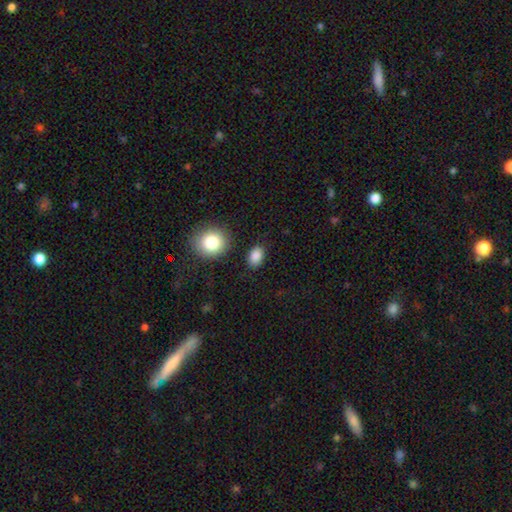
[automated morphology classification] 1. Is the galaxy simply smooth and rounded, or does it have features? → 86% smooth, 9% star or artifact, 5% featured or disk.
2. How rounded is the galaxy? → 78% in between, 21% round, 1% cigar-shaped.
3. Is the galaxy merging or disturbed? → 84% none, 9% minor disturbance, 3% merger, 3% major disturbance.